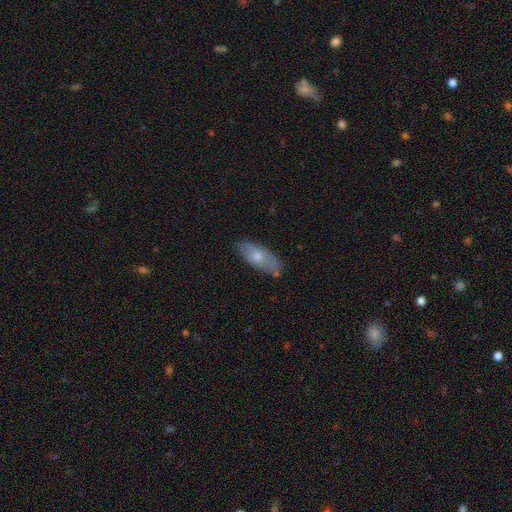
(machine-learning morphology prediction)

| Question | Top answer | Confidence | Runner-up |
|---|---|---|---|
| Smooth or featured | smooth | 55% | featured or disk (37%) |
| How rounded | in between | 76% | cigar-shaped (21%) |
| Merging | none | 79% | minor disturbance (16%) |